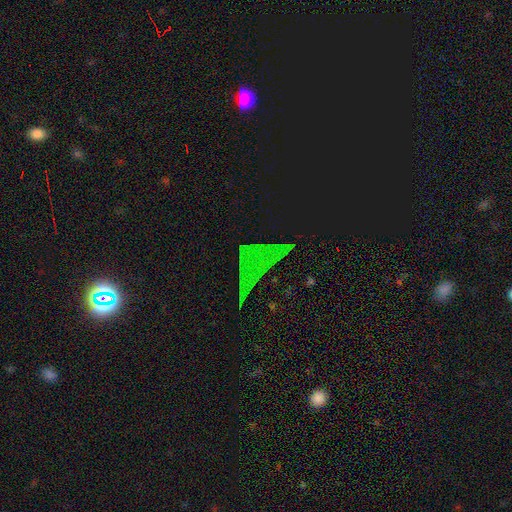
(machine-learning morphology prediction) star or artifact 71%, smooth 17%, featured or disk 12%.